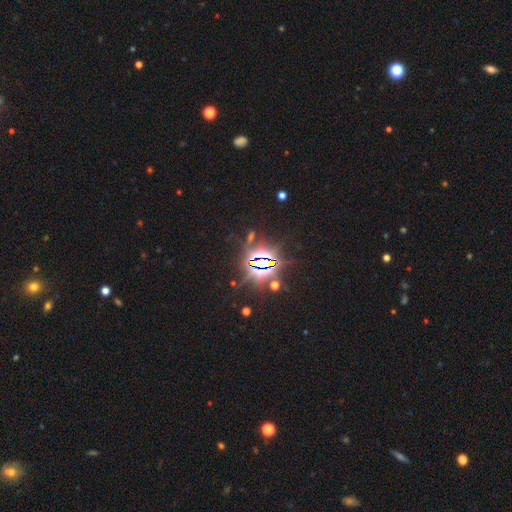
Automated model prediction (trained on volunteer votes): Smooth or featured: star or artifact — 87% (smooth — 7%)